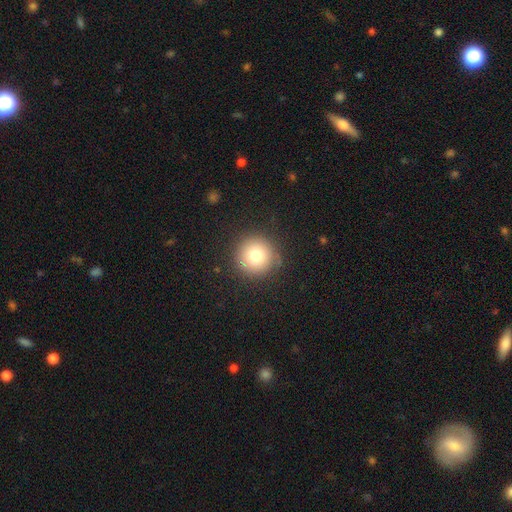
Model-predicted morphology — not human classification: The model was most divided on "smooth or featured": smooth: 77%, featured or disk: 12%, star or artifact: 11%. More confident: how rounded — round (95%); merging — none (85%).